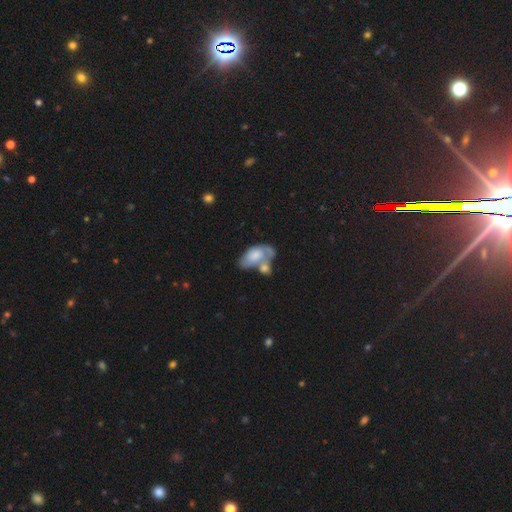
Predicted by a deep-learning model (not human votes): smooth-or-featured: smooth: 54% | featured or disk: 40% | star or artifact: 6%
  how-rounded: in between: 92% | round: 5% | cigar-shaped: 3%
  merging: merger: 50% | none: 21% | minor disturbance: 16% | major disturbance: 14%